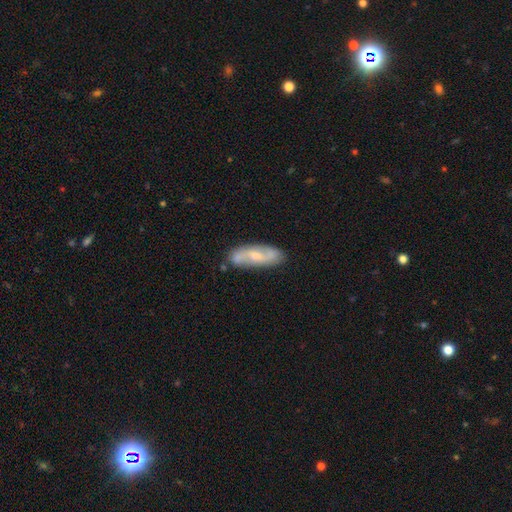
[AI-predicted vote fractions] Overall: featured or disk (63%; smooth 30%). Edge-on disk: no (87%). Bar: no (47%; weak 44%). Spiral arms: yes (89%). Bulge size: moderate (44%, tied with small). Merging: none (76%).